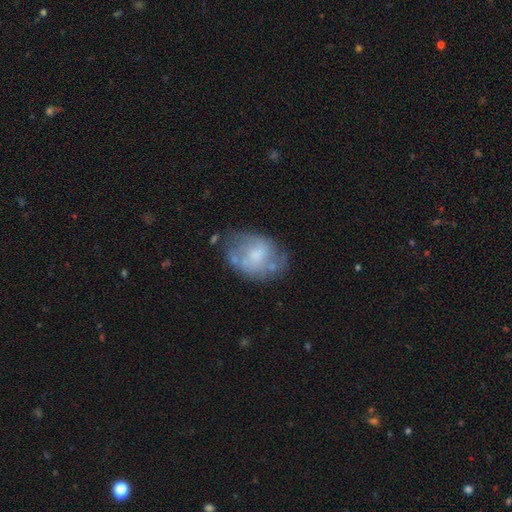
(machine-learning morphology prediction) The model was most divided on "bulge size": small: 47%, moderate: 38%, none: 10%, large: 4%, dominant: 1%. More confident: edge-on disk — no (97%); bar — no (68%); spiral arms — yes (63%); smooth or featured — featured or disk (59%); merging — none (53%).